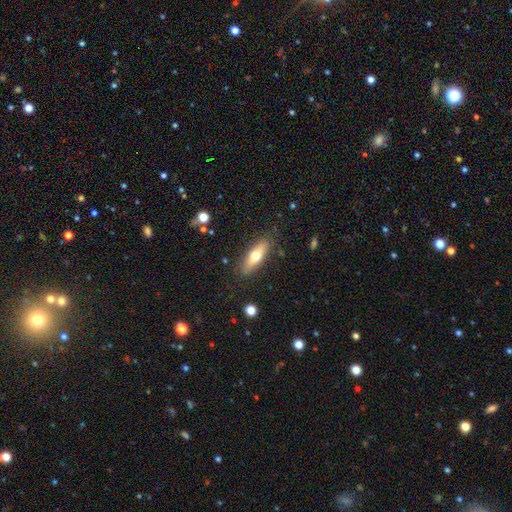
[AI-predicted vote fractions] Overall: smooth (59%; featured or disk 34%). How rounded: cigar-shaped (55%; in between 43%). Merging: none (84%).